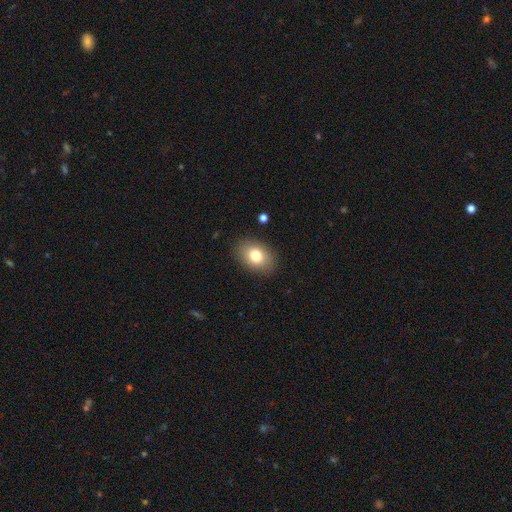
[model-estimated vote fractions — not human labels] A smooth galaxy with no disk features (80%) that is in between round and cigar-shaped (76%). Merging: none (87%).